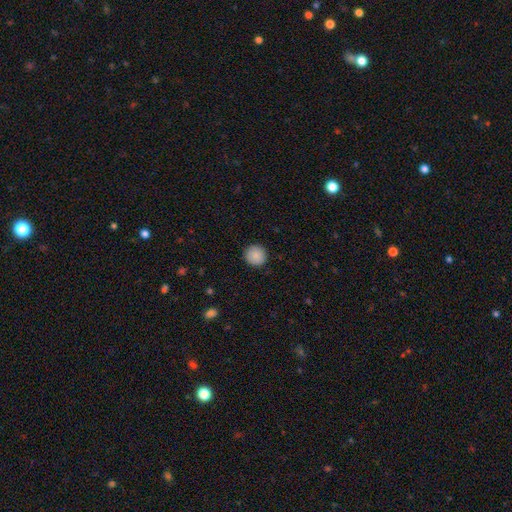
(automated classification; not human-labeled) This is clearly a smooth galaxy (89%). How rounded: clearly round (94%). Merging: clearly none (92%).